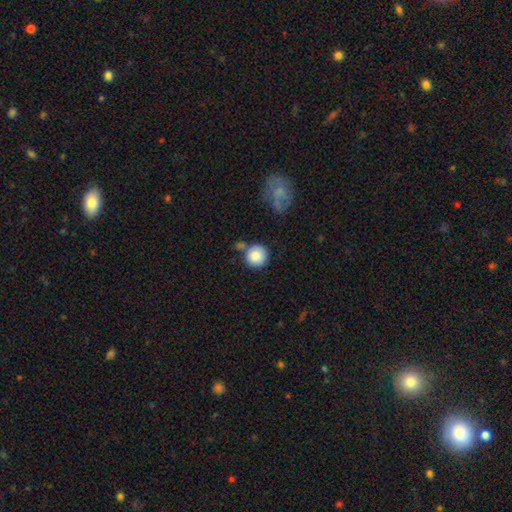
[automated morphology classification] type=smooth (87%); roundness=round (93%); merging=none (68%).